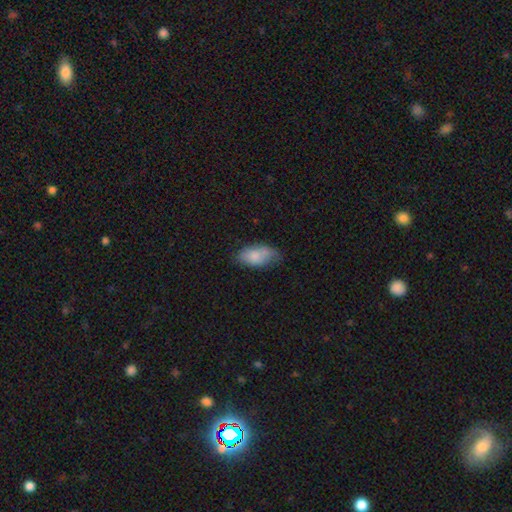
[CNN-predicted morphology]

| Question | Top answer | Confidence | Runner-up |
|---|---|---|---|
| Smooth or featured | smooth | 80% | featured or disk (13%) |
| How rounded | in between | 93% | round (4%) |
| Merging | none | 55% | minor disturbance (33%) |